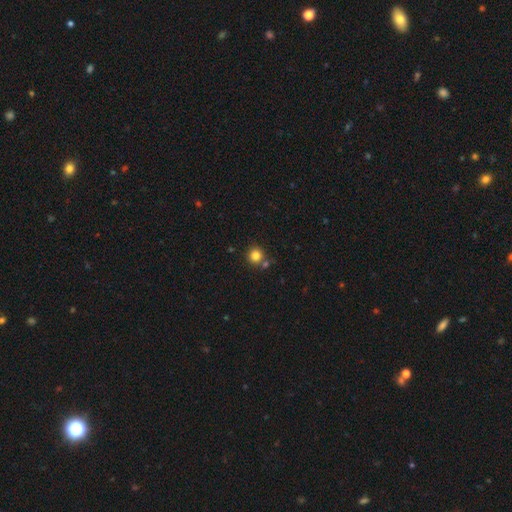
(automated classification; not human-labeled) smooth 82%, star or artifact 12%, featured or disk 6%. Down the decision tree: how rounded — round (93%); merging — none (72%).